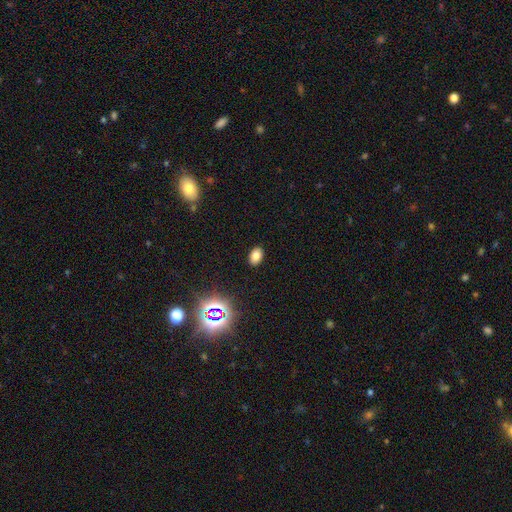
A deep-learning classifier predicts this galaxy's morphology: smooth_or_featured: smooth (p=0.77) [alt: star or artifact p=0.16]
how_rounded: in between (p=0.87) [alt: round p=0.12]
merging: none (p=0.89) [alt: minor disturbance p=0.08]